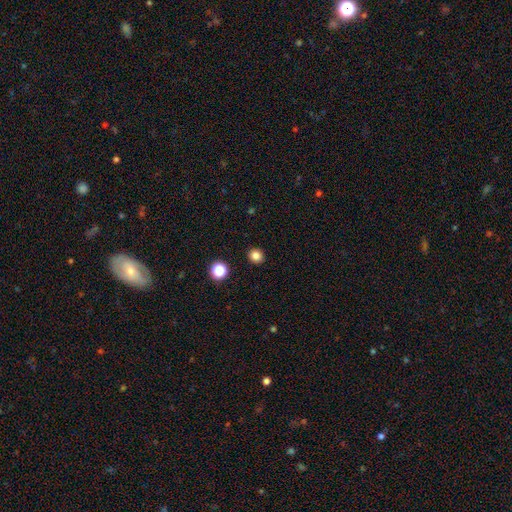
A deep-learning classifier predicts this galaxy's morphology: Q: Smooth or featured?
A: smooth (83%); runner-up: star or artifact (13%)
Q: How rounded?
A: round (88%); runner-up: in between (11%)
Q: Merging?
A: none (92%); runner-up: minor disturbance (5%)